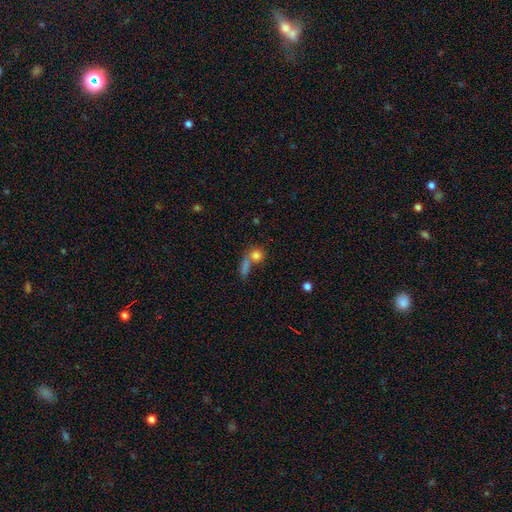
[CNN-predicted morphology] smooth 78%, star or artifact 11%, featured or disk 11%. Down the decision tree: how rounded — round (76%); merging — merger (42%).